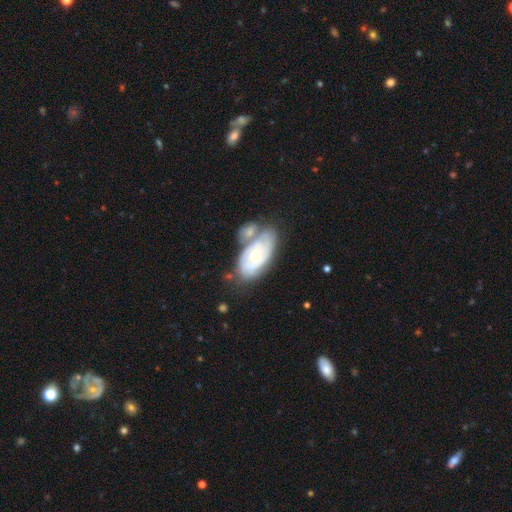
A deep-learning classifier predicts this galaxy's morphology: This is likely a featured or disk galaxy (65%). It is clearly not viewed edge-on (94%). Bar: clearly no (82%). Spiral arm pattern: likely yes (67%). Central bulge: possibly small (51%). Merging: marginally none (38%).